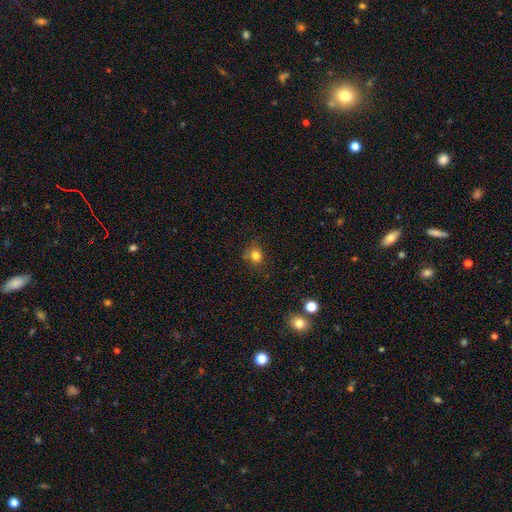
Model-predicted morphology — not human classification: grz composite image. It shows a smooth galaxy with no disk features (80%) that is round (79%). Merging: none (72%).